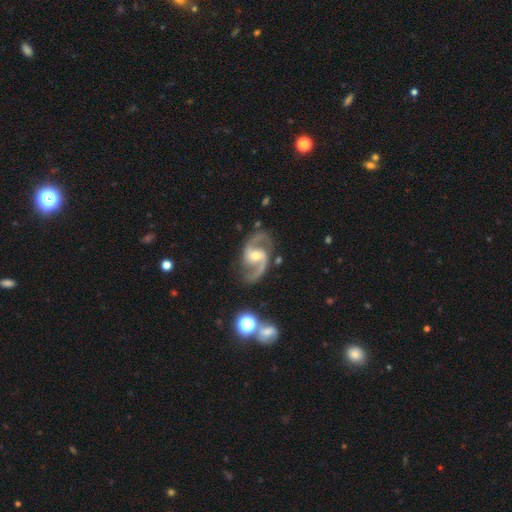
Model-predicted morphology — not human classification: A featured or disk galaxy (93%) with a weak bar (44%), 2 (94%) medium (58%) spiral arms (98%) and a moderate central bulge (60%).

Vote fractions:
- Smooth or featured? featured or disk: 93% / star or artifact: 4% / smooth: 3%
- Edge-on disk? no: 98% / yes: 2%
- Bar? weak: 44% / no: 35% / strong: 21%
- Spiral arms? yes: 98% / no: 2%
- Spiral winding? medium: 58% / loose: 32% / tight: 10%
- Spiral arm count? 2: 94% / can't tell: 1% / 3: 1% / 1: 1% / 4: 1% / more than 4: 1%
- Bulge size? moderate: 60% / small: 34% / large: 3% / none: 1% / dominant: 1%
- Merging? none: 80% / minor disturbance: 13% / major disturbance: 5% / merger: 2%